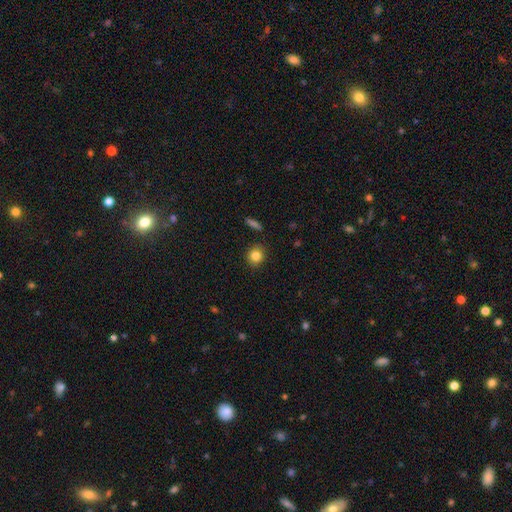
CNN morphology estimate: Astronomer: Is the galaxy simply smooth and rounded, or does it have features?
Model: smooth — 83%.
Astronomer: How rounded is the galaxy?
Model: round — 85%.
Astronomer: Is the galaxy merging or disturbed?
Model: none — 89%.